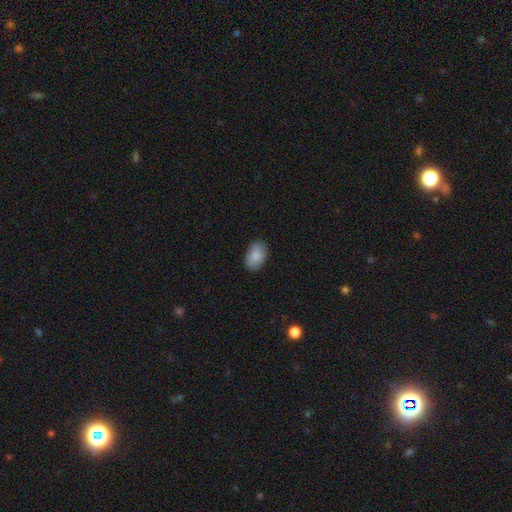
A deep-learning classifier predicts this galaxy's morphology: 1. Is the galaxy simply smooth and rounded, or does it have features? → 88% smooth, 6% star or artifact, 5% featured or disk.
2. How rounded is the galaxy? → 91% in between, 7% round, 1% cigar-shaped.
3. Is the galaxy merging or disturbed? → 85% none, 12% minor disturbance, 2% major disturbance, 1% merger.